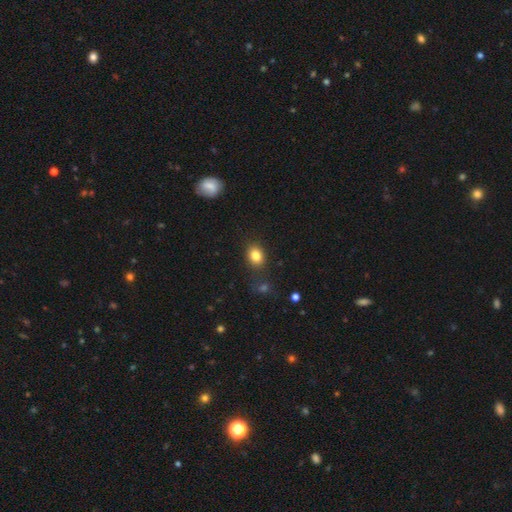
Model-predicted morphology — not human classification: Smooth or featured?
  - smooth: 83% *
  - star or artifact: 10%
  - featured or disk: 7%
How rounded?
  - in between: 55% *
  - round: 44%
  - cigar-shaped: 1%
Merging?
  - none: 83% *
  - minor disturbance: 11%
  - merger: 4%
  - major disturbance: 3%